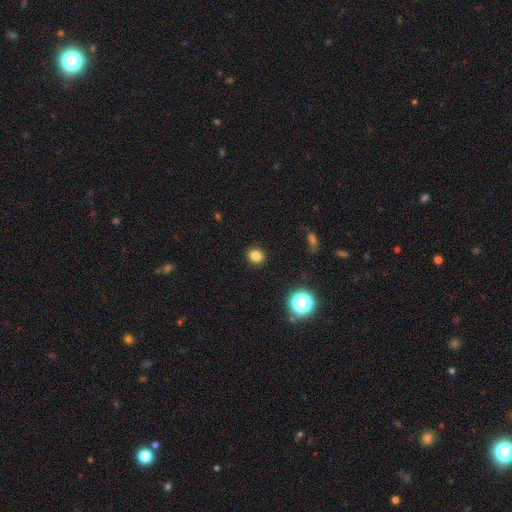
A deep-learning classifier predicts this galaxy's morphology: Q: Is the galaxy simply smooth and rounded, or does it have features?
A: smooth — 82%.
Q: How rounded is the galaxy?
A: round — 71%.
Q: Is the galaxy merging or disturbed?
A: none — 90%.